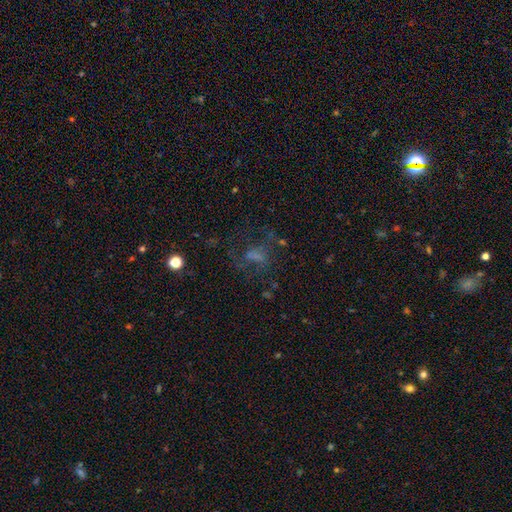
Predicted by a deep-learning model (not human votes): Smooth or featured?
  - smooth: 37% * (tied)
  - featured or disk: 37% * (tied)
  - star or artifact: 27%
Merging?
  - none: 46% *
  - major disturbance: 32%
  - minor disturbance: 17%
  - merger: 4%